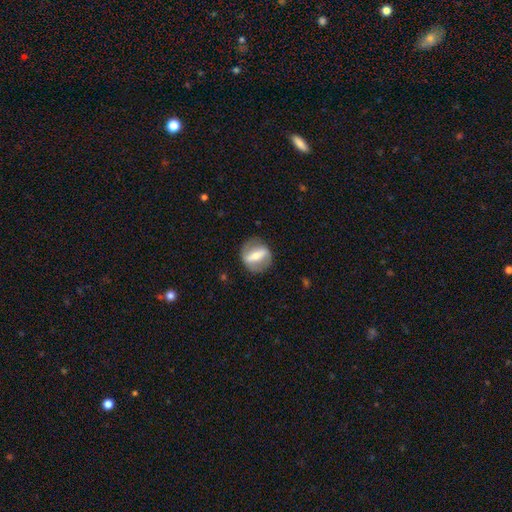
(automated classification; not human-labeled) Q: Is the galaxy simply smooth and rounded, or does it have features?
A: featured or disk — 68%.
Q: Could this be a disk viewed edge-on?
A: no — 80%.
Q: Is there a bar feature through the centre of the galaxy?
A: strong — 78%.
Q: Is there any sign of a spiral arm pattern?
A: no — 63%.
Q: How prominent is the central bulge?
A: moderate — 50%.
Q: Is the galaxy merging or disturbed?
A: none — 82%.